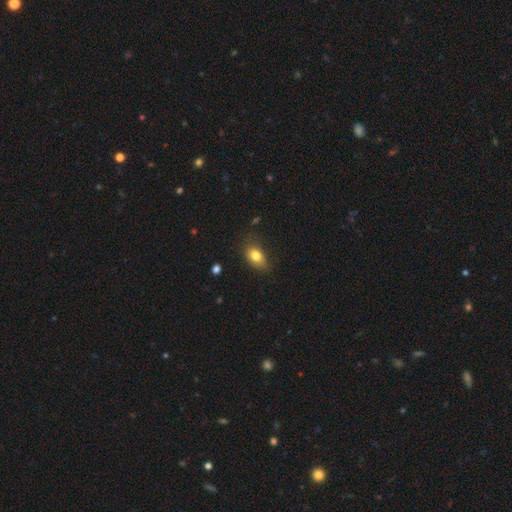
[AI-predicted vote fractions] Smooth or featured?
  - smooth: 81% *
  - featured or disk: 10%
  - star or artifact: 9%
How rounded?
  - in between: 82% *
  - round: 16%
  - cigar-shaped: 2%
Merging?
  - none: 72% *
  - minor disturbance: 21%
  - major disturbance: 5%
  - merger: 2%